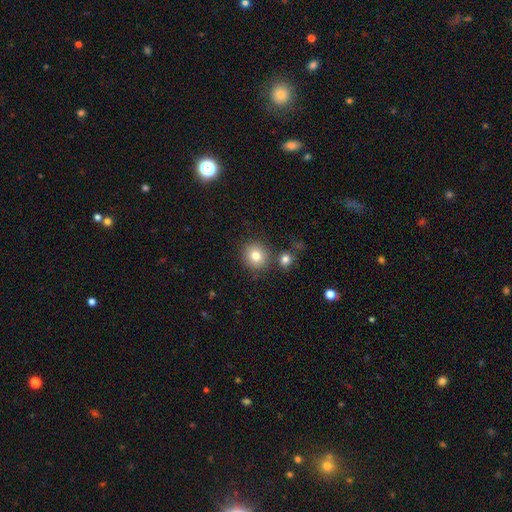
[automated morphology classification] Q: Smooth or featured?
A: smooth (80%); runner-up: star or artifact (11%)
Q: How rounded?
A: round (88%); runner-up: in between (11%)
Q: Merging?
A: none (79%); runner-up: merger (10%)